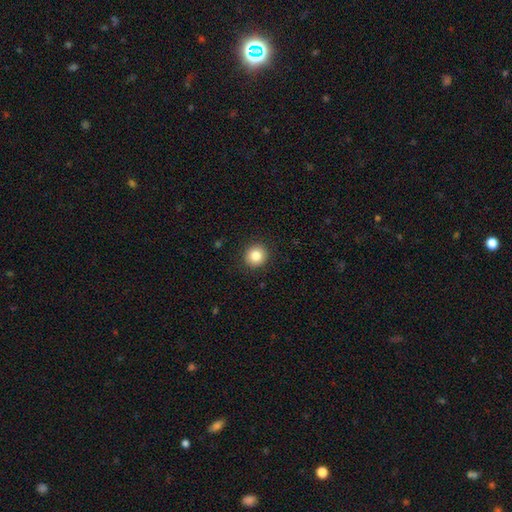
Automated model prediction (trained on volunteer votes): Smooth or featured: smooth — 83% (star or artifact — 10%)
How rounded: round — 92% (in between — 7%)
Merging: none — 91% (minor disturbance — 6%)